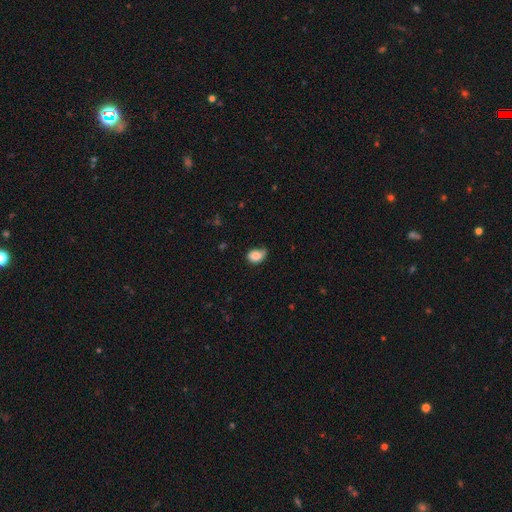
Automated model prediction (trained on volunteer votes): A smooth galaxy with no disk features (81%) that is in between round and cigar-shaped (61%). Merging: none (41%, tied with minor disturbance).